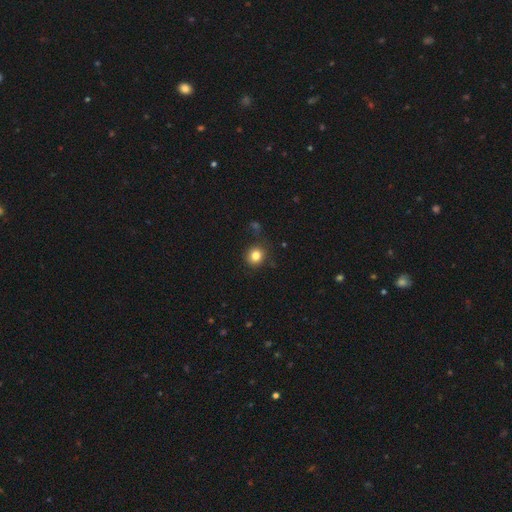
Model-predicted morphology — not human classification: A smooth galaxy with no disk features (83%) that is round (88%). Merging: none (85%).